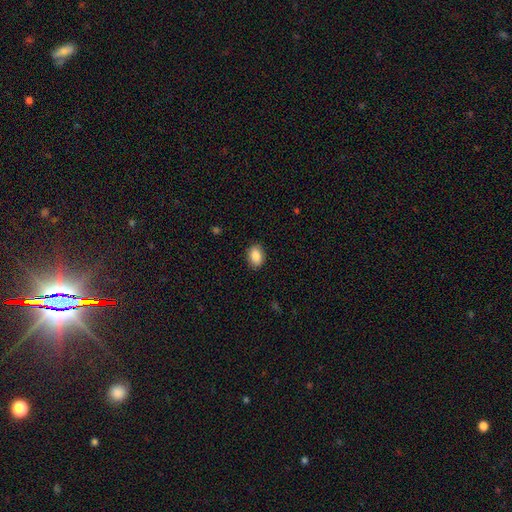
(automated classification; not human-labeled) Q: Smooth or featured?
A: smooth (88%); runner-up: star or artifact (8%)
Q: How rounded?
A: in between (82%); runner-up: round (17%)
Q: Merging?
A: none (88%); runner-up: minor disturbance (9%)